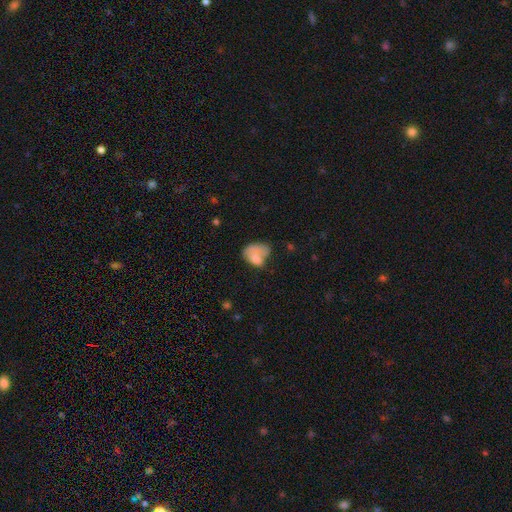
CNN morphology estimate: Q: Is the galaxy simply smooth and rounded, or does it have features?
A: smooth — 68%.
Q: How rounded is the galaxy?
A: in between — 77%.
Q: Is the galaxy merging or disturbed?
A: major disturbance — 30%.